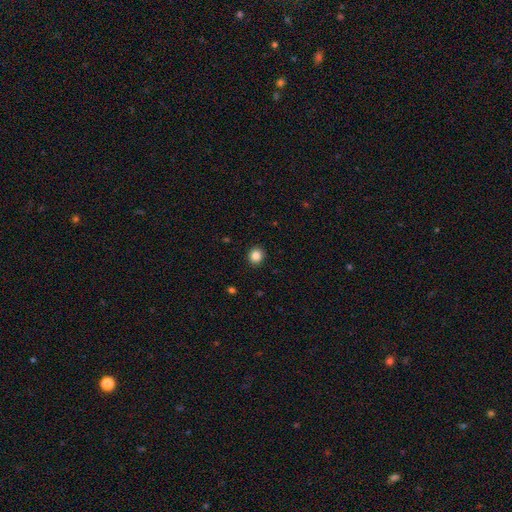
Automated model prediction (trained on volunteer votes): A smooth galaxy with no disk features (85%) that is round (87%).

Vote fractions:
- Smooth or featured? smooth: 85% / star or artifact: 10% / featured or disk: 4%
- How rounded? round: 87% / in between: 12% / cigar-shaped: 1%
- Merging? none: 92% / minor disturbance: 5% / major disturbance: 2% / merger: 1%